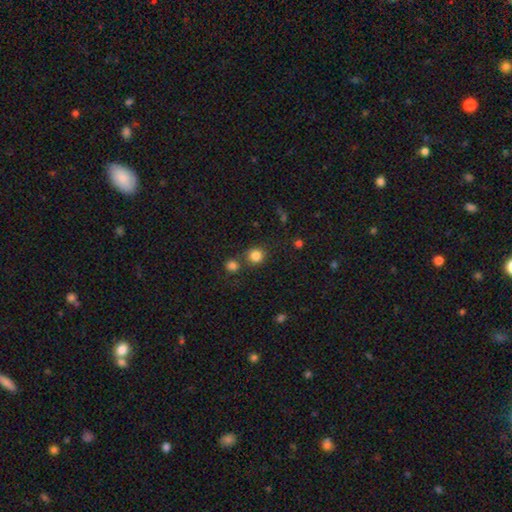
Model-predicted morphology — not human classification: smooth_or_featured: smooth (p=0.83) [alt: star or artifact p=0.12]
how_rounded: round (p=0.89) [alt: in between p=0.10]
merging: none (p=0.71) [alt: merger p=0.17]